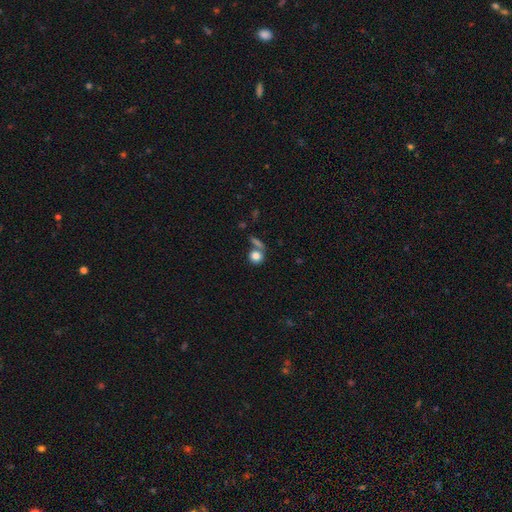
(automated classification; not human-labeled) This appears to be a smooth galaxy with no disk features (81%) that is round (82%). Merging: none (55%).